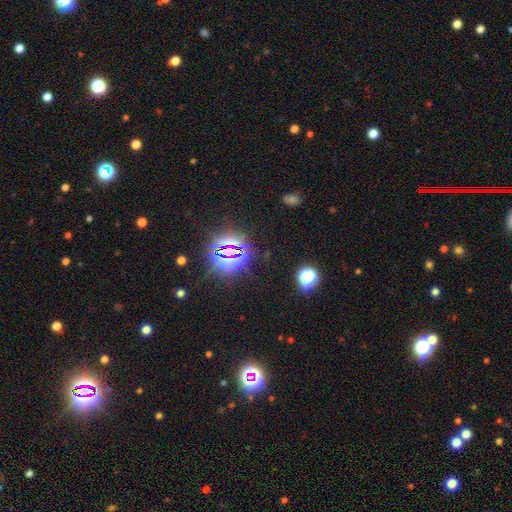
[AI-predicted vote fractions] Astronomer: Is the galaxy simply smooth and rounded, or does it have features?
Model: star or artifact — 80%.